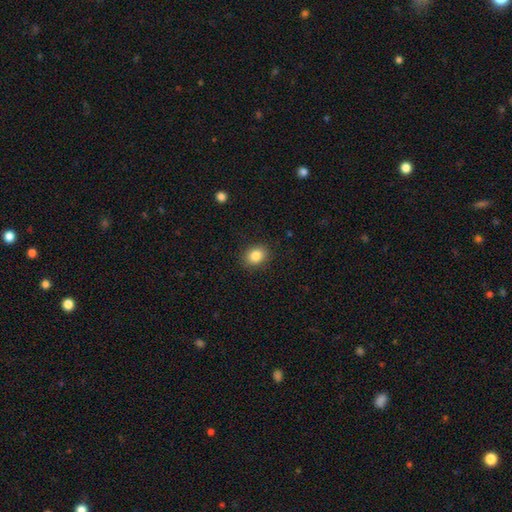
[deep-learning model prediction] smooth 85%, star or artifact 10%, featured or disk 6%. Down the decision tree: how rounded — in between (51%); merging — none (88%).